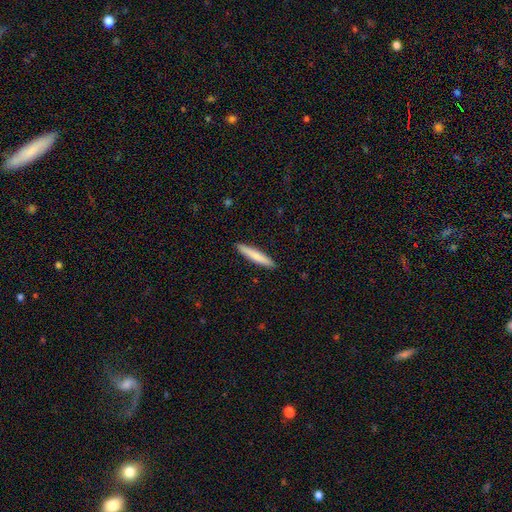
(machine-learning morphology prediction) This is likely a smooth galaxy (77%). How rounded: clearly cigar-shaped (93%). Merging: clearly none (92%).